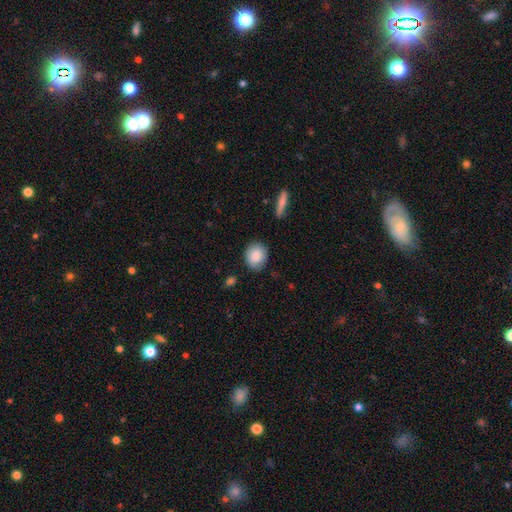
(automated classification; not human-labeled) This is clearly a smooth galaxy (85%). How rounded: likely round (66%). Merging: clearly none (84%).